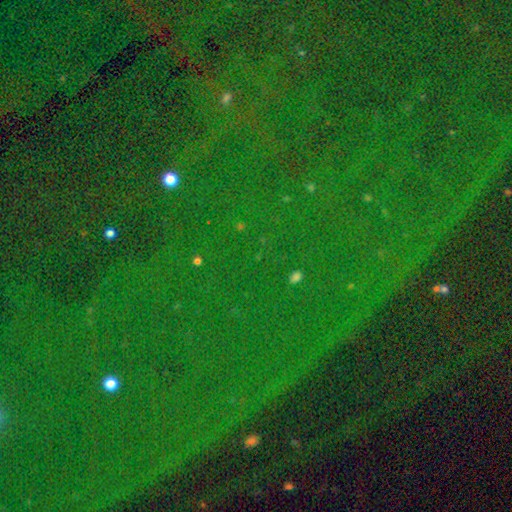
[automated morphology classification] Overall: star or artifact (84%).